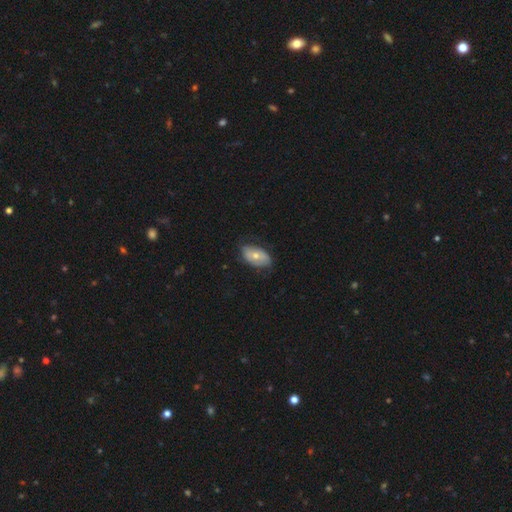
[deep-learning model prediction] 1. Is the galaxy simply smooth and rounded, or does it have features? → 58% smooth, 35% featured or disk, 7% star or artifact.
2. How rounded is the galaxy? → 92% in between, 6% round, 2% cigar-shaped.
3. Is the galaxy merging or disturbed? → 70% none, 23% minor disturbance, 5% major disturbance, 1% merger.